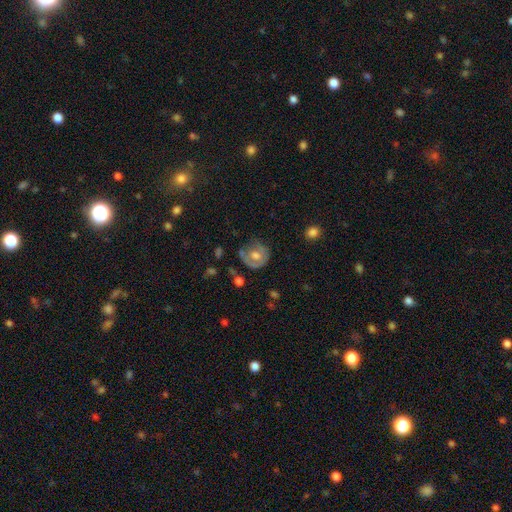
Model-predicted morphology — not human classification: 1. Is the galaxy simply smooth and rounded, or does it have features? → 52% featured or disk, 40% smooth, 8% star or artifact.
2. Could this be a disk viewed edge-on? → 96% no, 4% yes.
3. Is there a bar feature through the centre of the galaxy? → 75% no, 21% weak, 4% strong.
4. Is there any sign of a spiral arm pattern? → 53% no, 47% yes.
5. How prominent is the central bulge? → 66% moderate, 16% large, 14% small, 3% none, 1% dominant.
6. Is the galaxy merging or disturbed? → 59% none, 24% minor disturbance, 14% major disturbance, 3% merger.